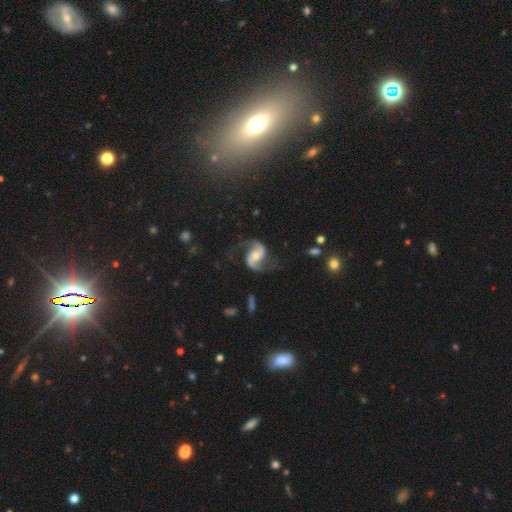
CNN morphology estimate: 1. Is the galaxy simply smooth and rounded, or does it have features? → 90% featured or disk, 5% star or artifact, 5% smooth.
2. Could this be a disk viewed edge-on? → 98% no, 2% yes.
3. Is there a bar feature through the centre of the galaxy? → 47% no, 35% weak, 18% strong.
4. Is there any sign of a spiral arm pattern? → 98% yes, 2% no.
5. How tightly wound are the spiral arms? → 56% loose, 37% medium, 7% tight.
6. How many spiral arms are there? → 94% 2, 2% can't tell, 1% 1, 1% 3, 1% 4, 1% more than 4.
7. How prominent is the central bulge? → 60% moderate, 33% small, 5% large, 2% none, 1% dominant.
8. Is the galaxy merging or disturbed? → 75% none, 14% minor disturbance, 9% major disturbance, 2% merger.